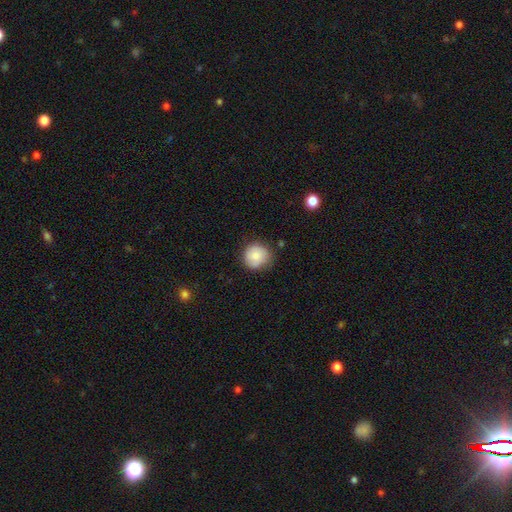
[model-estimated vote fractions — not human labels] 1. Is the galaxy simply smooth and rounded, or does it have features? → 83% smooth, 9% featured or disk, 8% star or artifact.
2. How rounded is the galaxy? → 91% round, 8% in between, 1% cigar-shaped.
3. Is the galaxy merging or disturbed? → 76% none, 18% minor disturbance, 4% major disturbance, 2% merger.